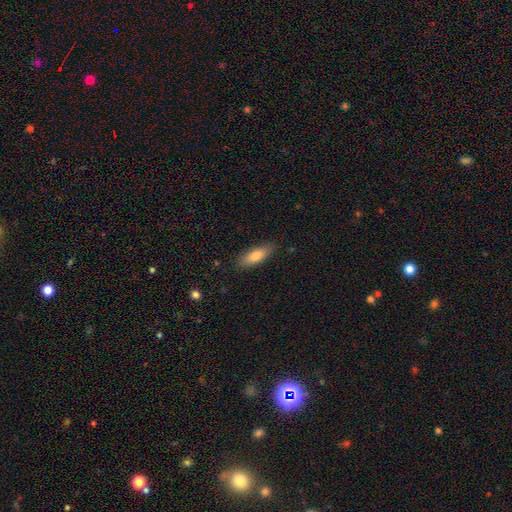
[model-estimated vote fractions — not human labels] Smooth or featured? Predicted: smooth (p=0.77). How rounded? Predicted: in between (p=0.60). Merging? Predicted: none (p=0.85).